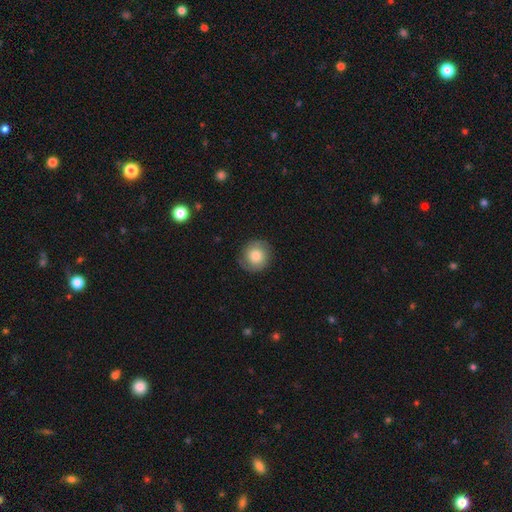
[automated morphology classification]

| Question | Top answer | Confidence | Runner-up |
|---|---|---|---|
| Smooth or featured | smooth | 66% | featured or disk (26%) |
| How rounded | round | 90% | in between (9%) |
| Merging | none | 84% | minor disturbance (12%) |